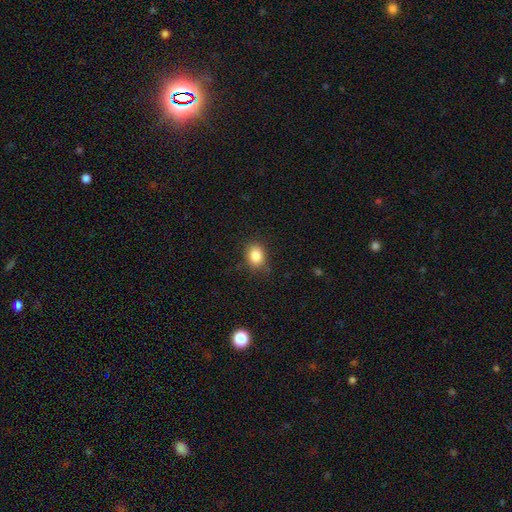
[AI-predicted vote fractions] Smooth or featured? smooth (85%)
How rounded? in between (58%)
Merging? none (80%)